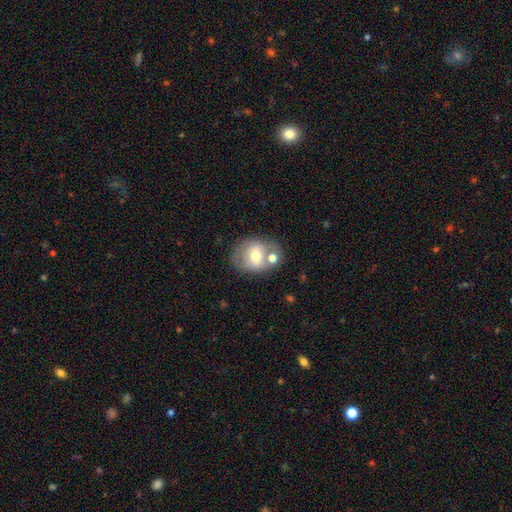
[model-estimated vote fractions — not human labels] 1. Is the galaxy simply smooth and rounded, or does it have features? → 57% smooth, 35% featured or disk, 8% star or artifact.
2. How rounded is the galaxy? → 51% in between, 48% round, 1% cigar-shaped.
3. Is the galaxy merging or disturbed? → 48% none, 29% merger, 16% minor disturbance, 7% major disturbance.